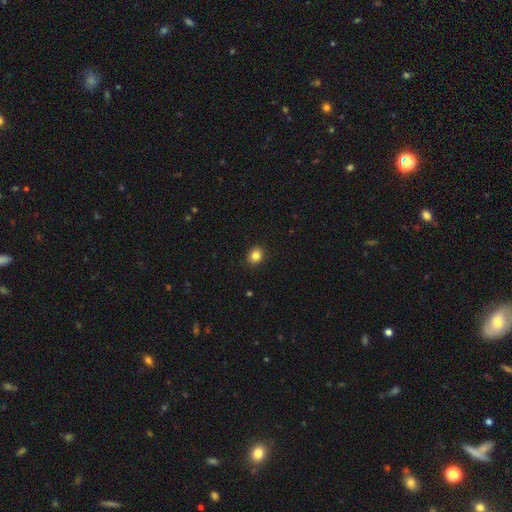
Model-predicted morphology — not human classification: This is clearly a smooth galaxy (84%). How rounded: likely round (69%). Merging: clearly none (90%).